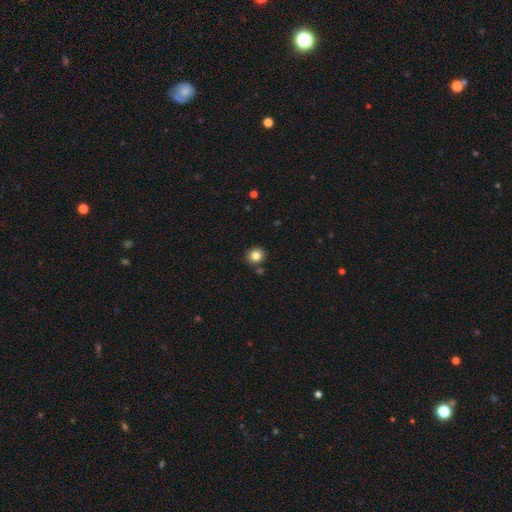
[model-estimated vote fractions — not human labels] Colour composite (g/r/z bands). It shows a smooth galaxy with no disk features (83%) that is round (87%). Merging: none (86%).